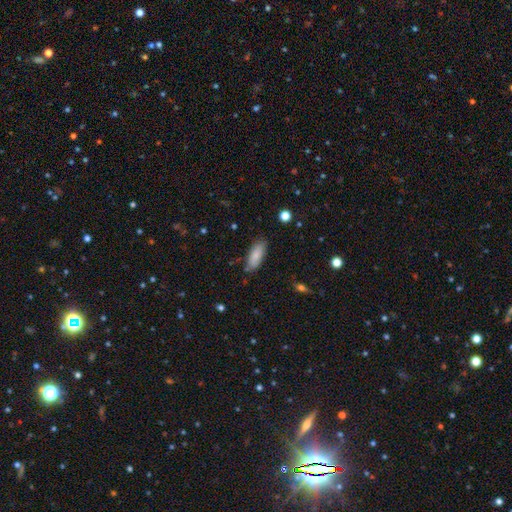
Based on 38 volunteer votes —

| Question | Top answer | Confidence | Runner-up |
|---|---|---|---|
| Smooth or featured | smooth | 84% | featured or disk (11%) |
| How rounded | in between | 91% | cigar-shaped (9%) |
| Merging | none | 78% | minor disturbance (11%) |